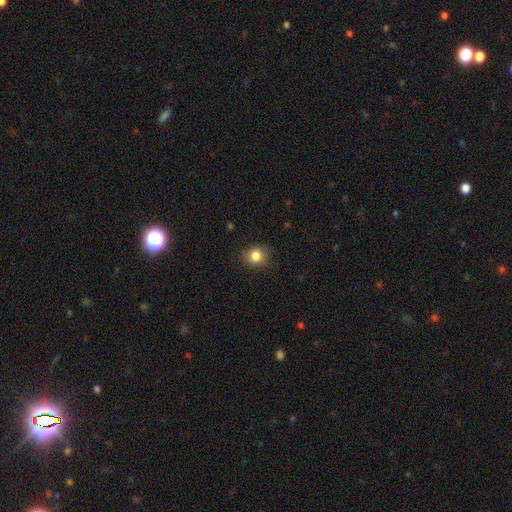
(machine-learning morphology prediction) This appears to be a smooth galaxy with no disk features (84%) that is round (79%). Merging: none (87%).